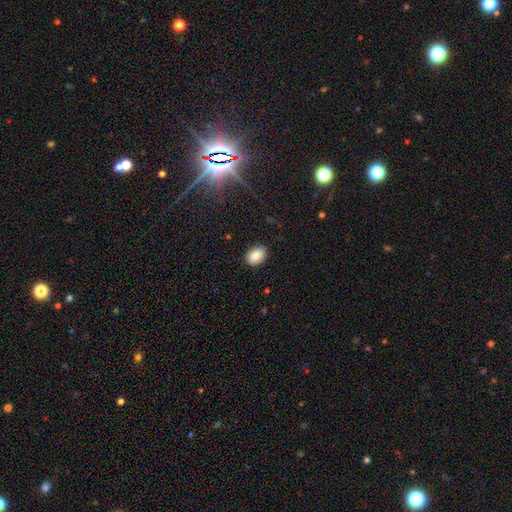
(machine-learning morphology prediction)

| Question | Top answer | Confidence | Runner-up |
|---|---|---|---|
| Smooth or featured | smooth | 85% | star or artifact (8%) |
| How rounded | in between | 82% | round (17%) |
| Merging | none | 86% | minor disturbance (11%) |